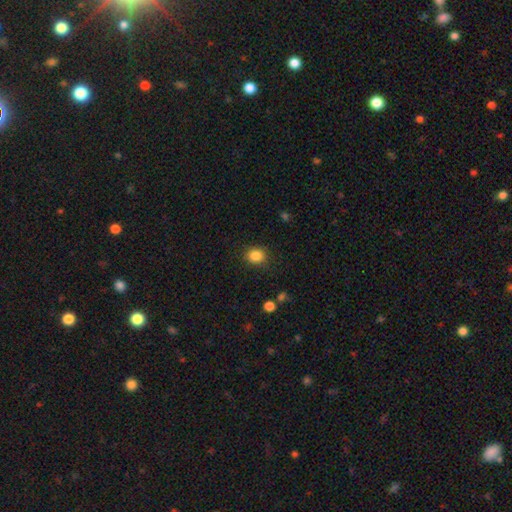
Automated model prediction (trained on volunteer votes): This appears to be a smooth galaxy with no disk features (85%) that is round (65%). Merging: none (87%).